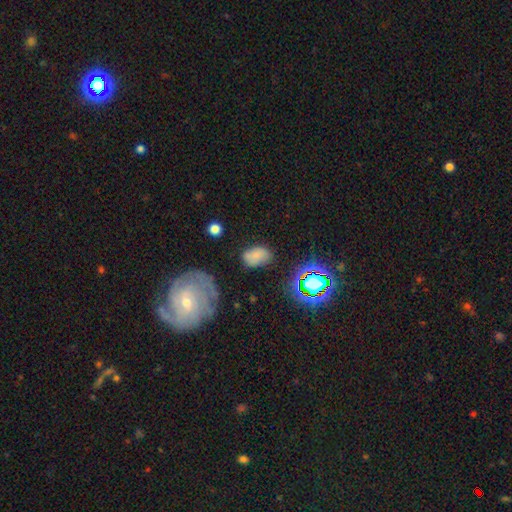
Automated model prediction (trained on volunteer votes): Q: Smooth or featured?
A: smooth (69%); runner-up: featured or disk (16%)
Q: How rounded?
A: in between (88%); runner-up: round (10%)
Q: Merging?
A: none (65%); runner-up: minor disturbance (22%)